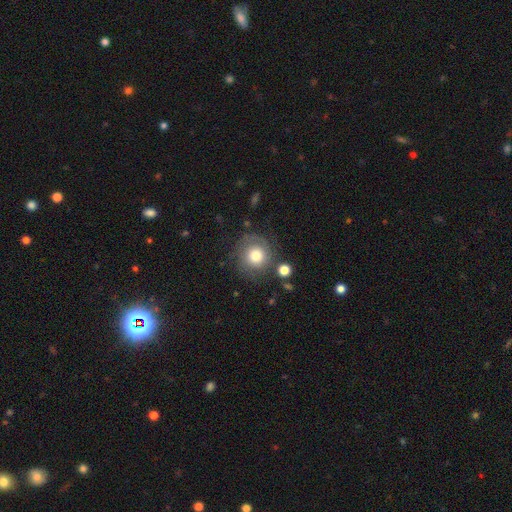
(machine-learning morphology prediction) A smooth galaxy with no disk features (68%) that is round (91%). Merging: none (73%).